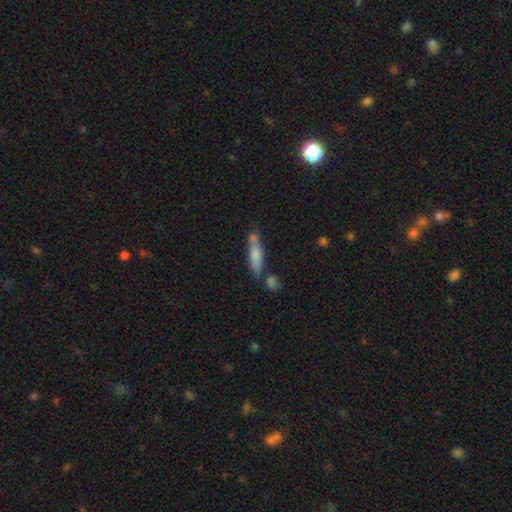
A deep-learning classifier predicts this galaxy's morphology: A smooth galaxy with no disk features (73%) that is cigar-shaped (68%). Merging: none (59%).